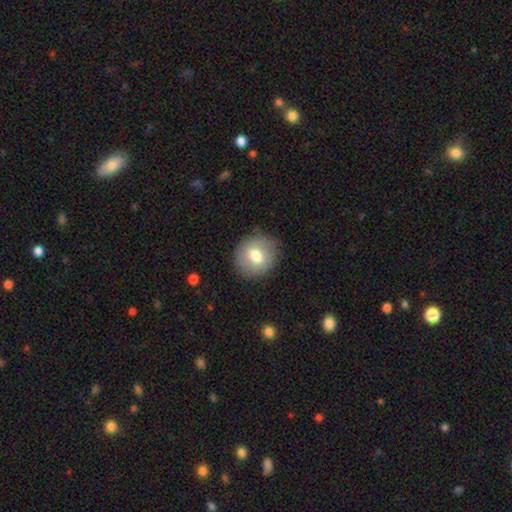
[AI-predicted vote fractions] Morphology: type=smooth (71%); roundness=round (78%); merging=none (85%).